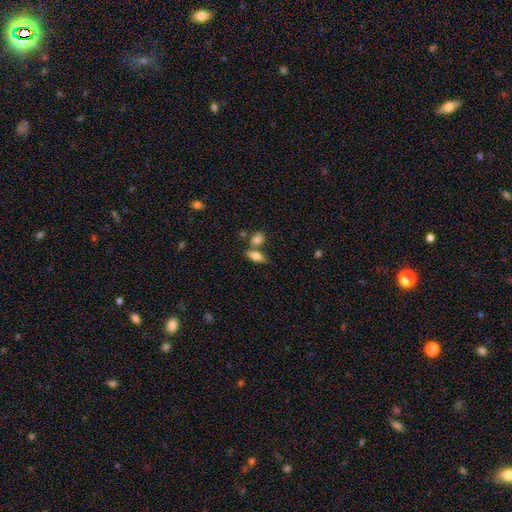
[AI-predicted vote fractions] A smooth galaxy with no disk features (67%) that is in between round and cigar-shaped (73%).

Vote fractions:
- Smooth or featured? smooth: 67% / featured or disk: 25% / star or artifact: 8%
- How rounded? in between: 73% / cigar-shaped: 21% / round: 5%
- Merging? none: 56% / merger: 26% / minor disturbance: 13% / major disturbance: 5%